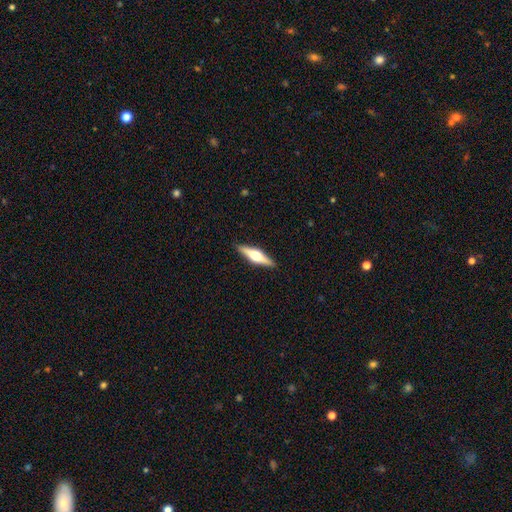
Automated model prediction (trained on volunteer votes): The model was most divided on "smooth or featured": featured or disk: 67%, smooth: 27%, star or artifact: 5%. More confident: edge-on disk — yes (97%); edge-on bulge — rounded (95%); merging — none (91%).